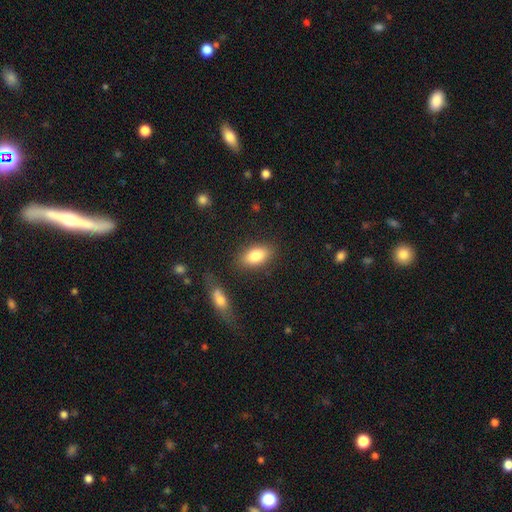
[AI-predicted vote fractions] This is clearly a smooth galaxy (82%). How rounded: clearly in between (89%). Merging: clearly none (82%).